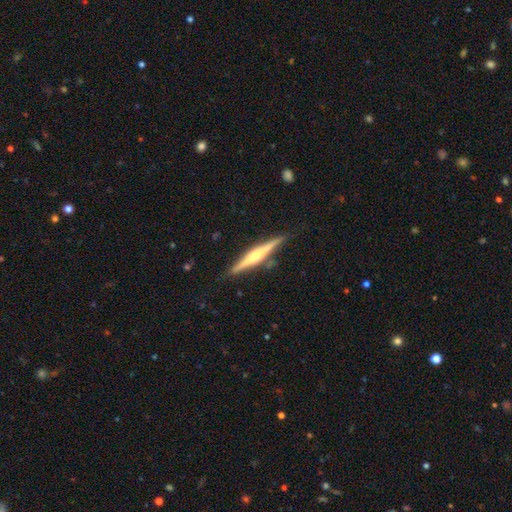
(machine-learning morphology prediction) The model was most divided on "smooth or featured": featured or disk: 73%, smooth: 22%, star or artifact: 6%. More confident: edge-on disk — yes (98%); edge-on bulge — rounded (85%); merging — none (85%).